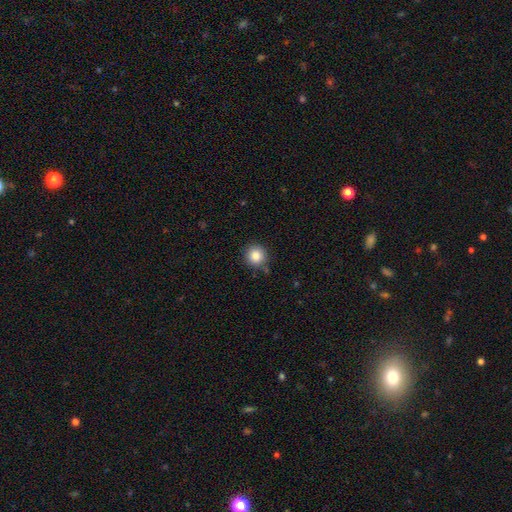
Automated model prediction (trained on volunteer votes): Smooth or featured: smooth — 86% (star or artifact — 10%)
How rounded: round — 94% (in between — 5%)
Merging: none — 85% (minor disturbance — 10%)